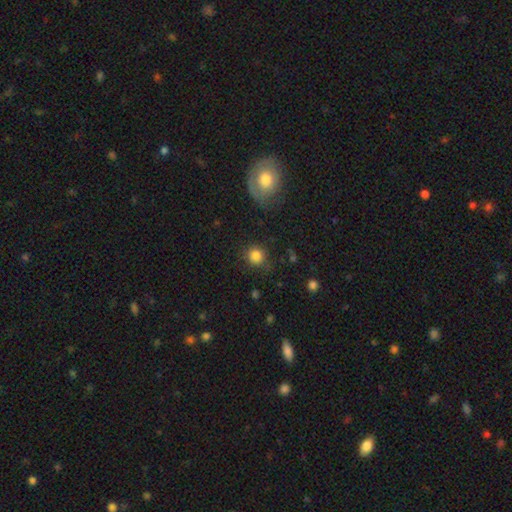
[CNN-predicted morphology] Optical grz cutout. It shows a smooth galaxy with no disk features (84%) that is round (90%). Merging: none (83%).